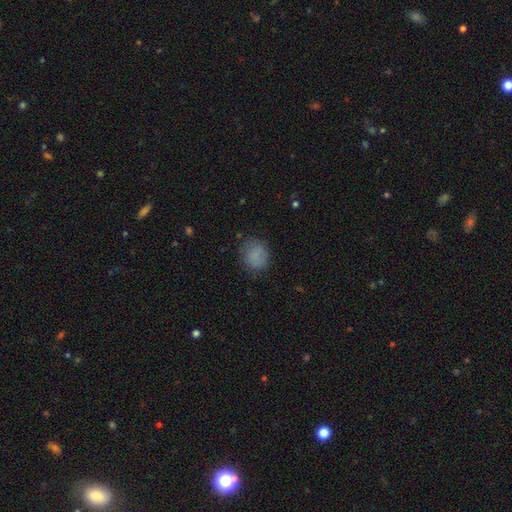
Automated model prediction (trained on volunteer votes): Smooth or featured? smooth (80%)
How rounded? round (72%)
Merging? none (73%)